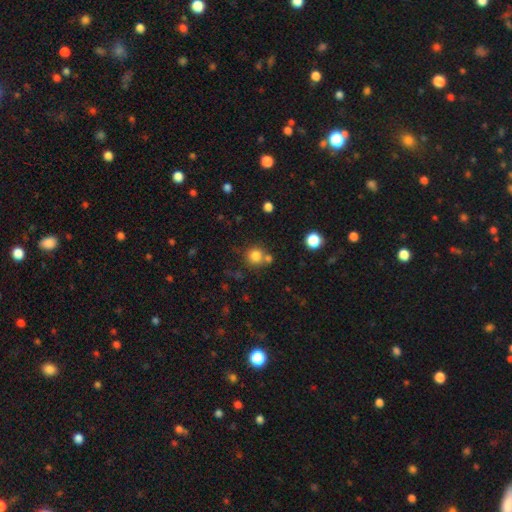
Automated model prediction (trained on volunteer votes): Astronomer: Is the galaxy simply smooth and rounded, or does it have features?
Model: smooth — 81%.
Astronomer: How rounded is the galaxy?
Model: round — 91%.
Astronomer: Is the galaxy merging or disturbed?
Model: none — 66%.